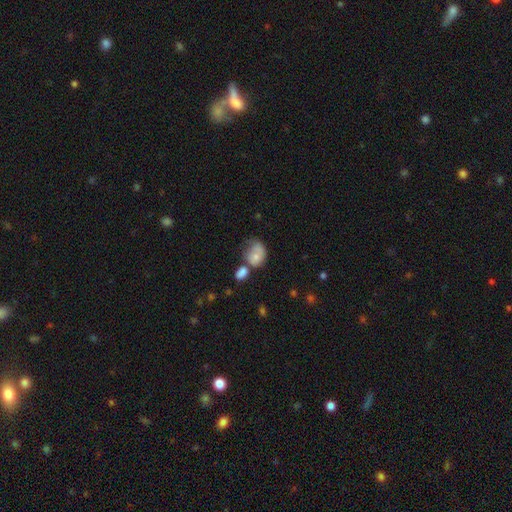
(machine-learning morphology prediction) A smooth galaxy with no disk features (71%) that is in between round and cigar-shaped (58%). Merging: merger (29%).